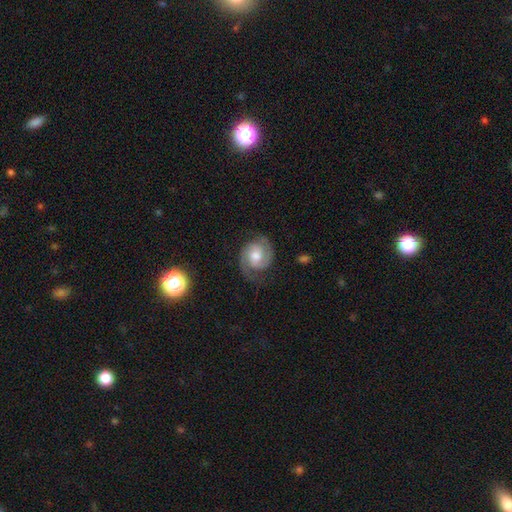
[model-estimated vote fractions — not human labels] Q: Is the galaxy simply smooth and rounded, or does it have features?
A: featured or disk — 81%.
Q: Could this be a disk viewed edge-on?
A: no — 98%.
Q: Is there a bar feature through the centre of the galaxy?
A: no — 59%.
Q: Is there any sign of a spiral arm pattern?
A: yes — 96%.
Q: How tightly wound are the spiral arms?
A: medium — 44%.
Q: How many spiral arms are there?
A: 2 — 88%.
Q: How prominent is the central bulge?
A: moderate — 62%.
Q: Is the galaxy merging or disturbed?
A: none — 73%.